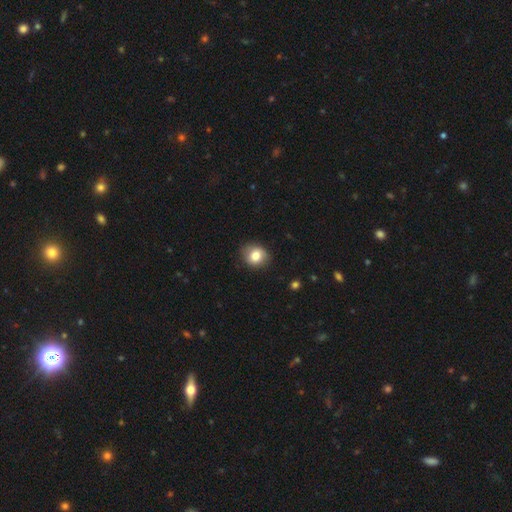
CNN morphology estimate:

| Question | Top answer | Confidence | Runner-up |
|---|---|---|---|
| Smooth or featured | smooth | 80% | featured or disk (11%) |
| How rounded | round | 70% | in between (29%) |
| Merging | none | 83% | minor disturbance (13%) |